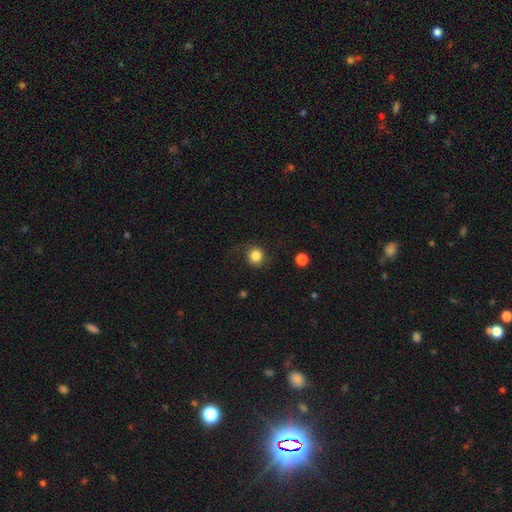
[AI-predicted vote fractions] Smooth or featured: smooth — 83% (star or artifact — 10%)
How rounded: round — 91% (in between — 8%)
Merging: none — 78% (minor disturbance — 13%)